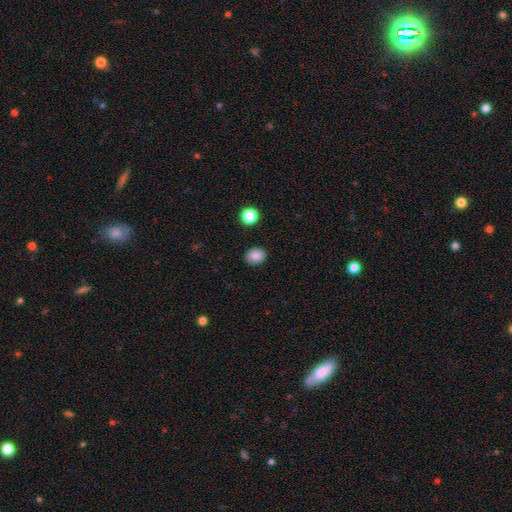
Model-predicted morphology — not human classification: The model was most divided on "how rounded": round: 52%, in between: 47%, cigar-shaped: 1%. More confident: merging — none (88%); smooth or featured — smooth (85%).